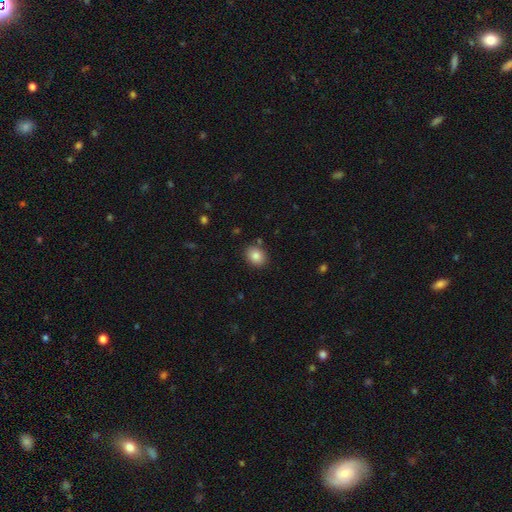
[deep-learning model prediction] A smooth galaxy with no disk features (85%) that is round (51%).

Vote fractions:
- Smooth or featured? smooth: 85% / star or artifact: 9% / featured or disk: 6%
- How rounded? round: 51% / in between: 48% / cigar-shaped: 1%
- Merging? none: 86% / minor disturbance: 9% / merger: 3% / major disturbance: 2%